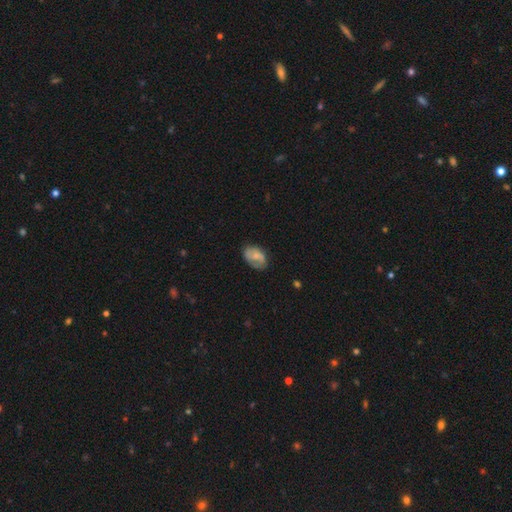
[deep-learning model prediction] A smooth galaxy with no disk features (61%) that is in between round and cigar-shaped (87%).

Vote fractions:
- Smooth or featured? smooth: 61% / featured or disk: 31% / star or artifact: 7%
- How rounded? in between: 87% / round: 12% / cigar-shaped: 1%
- Merging? none: 63% / minor disturbance: 27% / major disturbance: 9% / merger: 2%